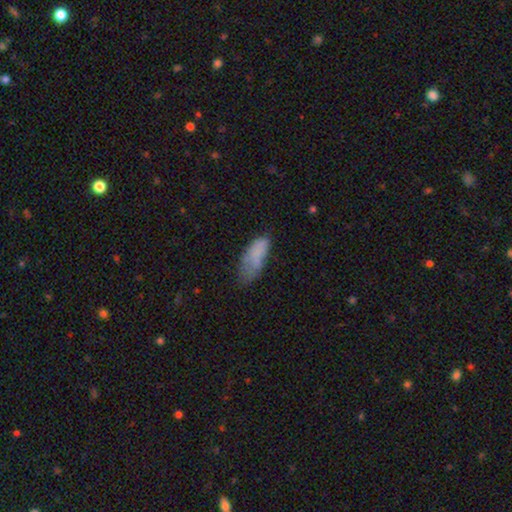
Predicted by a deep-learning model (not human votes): Q: Smooth or featured?
A: smooth (73%); runner-up: featured or disk (18%)
Q: How rounded?
A: in between (80%); runner-up: cigar-shaped (18%)
Q: Merging?
A: minor disturbance (36%); tied with: none (36%)